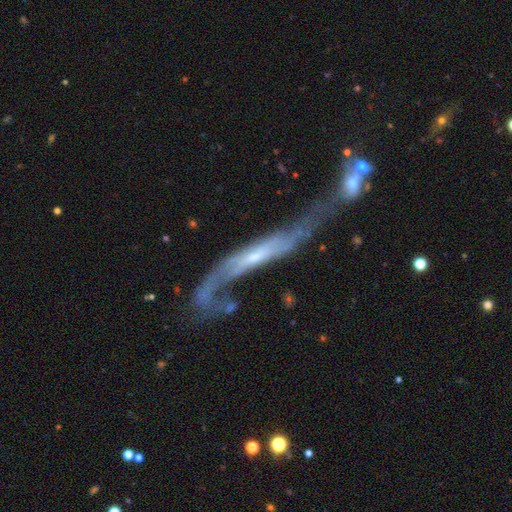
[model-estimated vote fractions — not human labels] featured or disk 75%, smooth 18%, star or artifact 7%. Down the decision tree: edge-on disk — no (58%); merging — merger (42%).